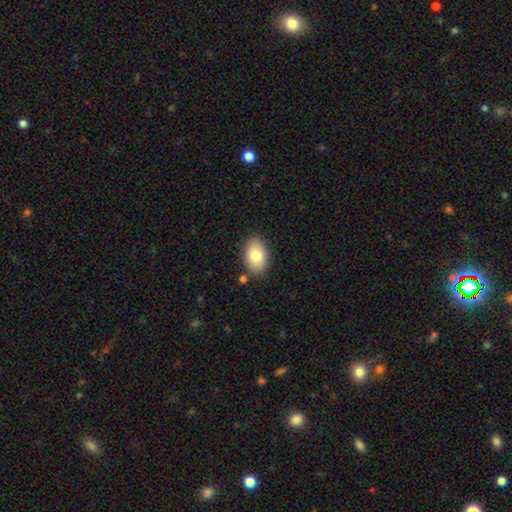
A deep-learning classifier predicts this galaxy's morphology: smooth 82%, featured or disk 10%, star or artifact 7%. Down the decision tree: how rounded — in between (88%); merging — none (85%).